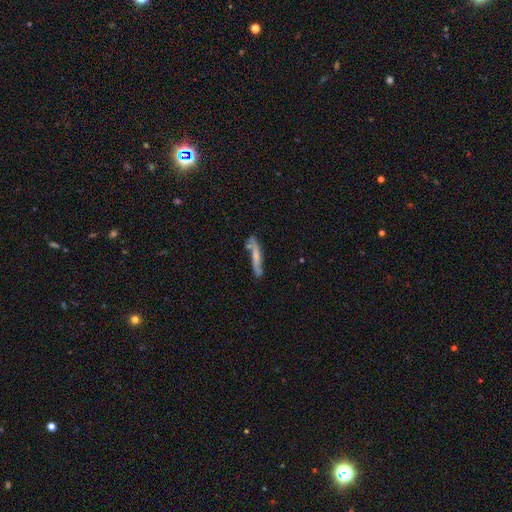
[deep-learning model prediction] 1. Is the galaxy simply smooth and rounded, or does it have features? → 51% featured or disk, 42% smooth, 7% star or artifact.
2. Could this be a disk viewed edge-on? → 60% yes, 40% no.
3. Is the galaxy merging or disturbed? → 57% none, 23% minor disturbance, 12% merger, 9% major disturbance.